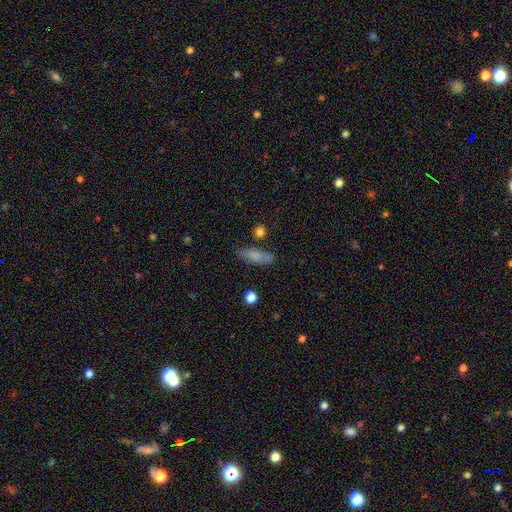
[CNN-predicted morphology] smooth-or-featured: smooth: 77% | featured or disk: 15% | star or artifact: 8%
  how-rounded: in between: 53% | cigar-shaped: 43% | round: 3%
  merging: none: 75% | minor disturbance: 15% | merger: 6% | major disturbance: 4%